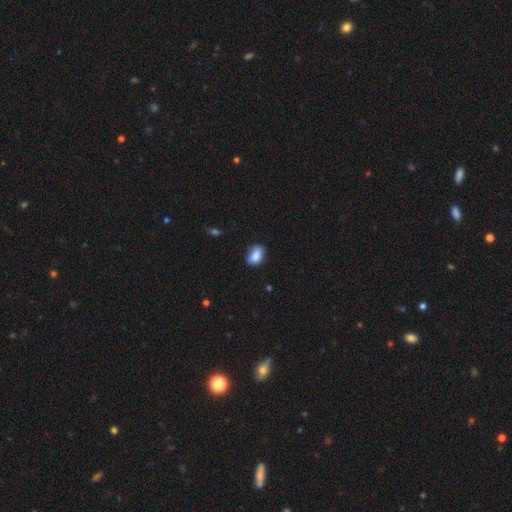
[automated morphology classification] This is clearly a smooth galaxy (84%). How rounded: clearly in between (84%). Merging: likely none (74%).